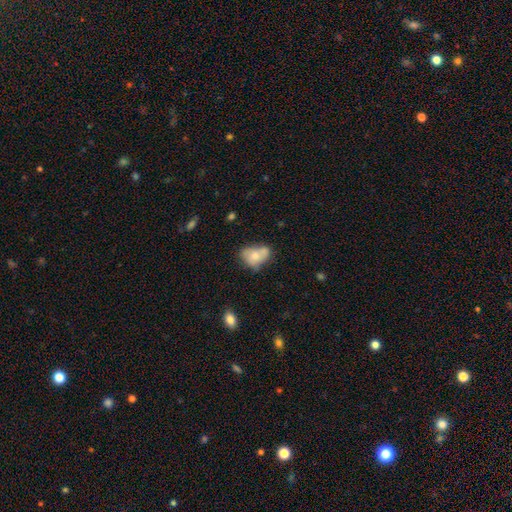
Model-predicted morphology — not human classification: smooth_or_featured: smooth (p=0.66) [alt: featured or disk p=0.26]
how_rounded: in between (p=0.77) [alt: round p=0.21]
merging: none (p=0.32) [alt: merger p=0.31]